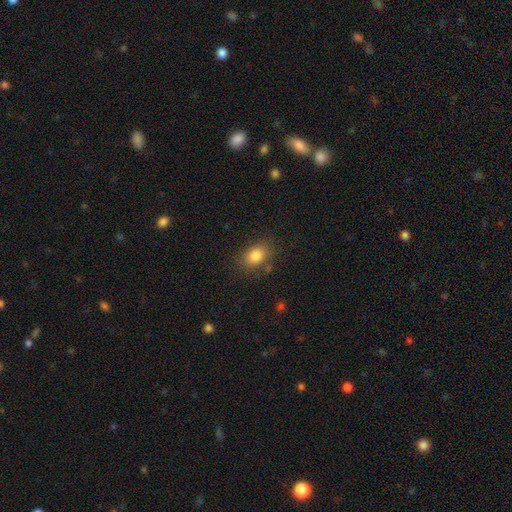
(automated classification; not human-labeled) This appears to be a smooth galaxy with no disk features (83%) that is in between round and cigar-shaped (73%). Merging: none (78%).